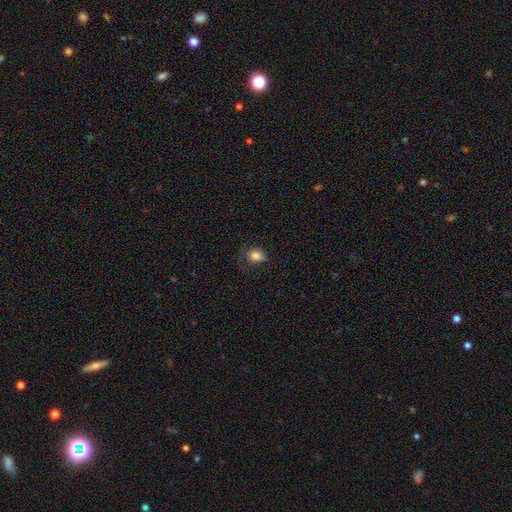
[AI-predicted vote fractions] Smooth or featured? Predicted: smooth (p=0.79). How rounded? Predicted: in between (p=0.55). Merging? Predicted: none (p=0.54).